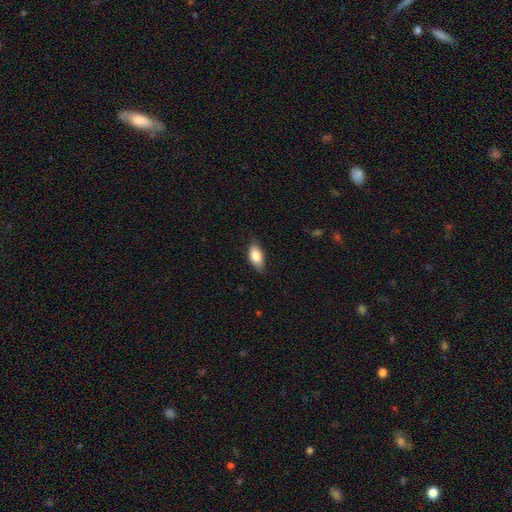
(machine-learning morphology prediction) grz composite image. It shows a smooth galaxy with no disk features (82%) that is in between round and cigar-shaped (88%). Merging: none (78%).